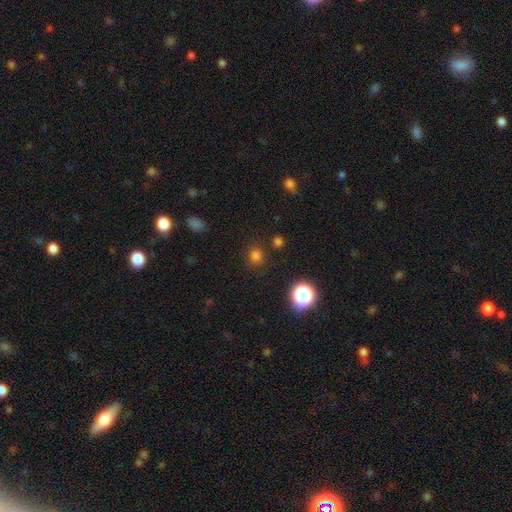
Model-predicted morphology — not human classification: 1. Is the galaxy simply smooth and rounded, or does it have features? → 75% smooth, 20% star or artifact, 5% featured or disk.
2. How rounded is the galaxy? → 88% round, 11% in between, 1% cigar-shaped.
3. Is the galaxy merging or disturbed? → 87% none, 8% minor disturbance, 3% major disturbance, 3% merger.